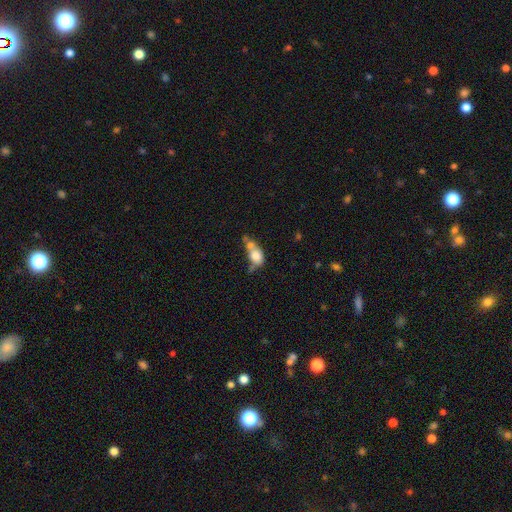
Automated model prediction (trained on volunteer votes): Morphology: type=smooth (70%); roundness=in between (68%); merging=merger (55%).